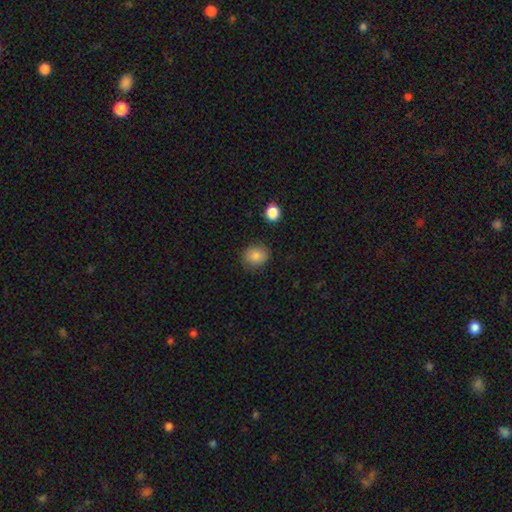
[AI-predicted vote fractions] smooth_or_featured: smooth (p=0.84) [alt: star or artifact p=0.10]
how_rounded: round (p=0.69) [alt: in between p=0.30]
merging: none (p=0.84) [alt: minor disturbance p=0.11]